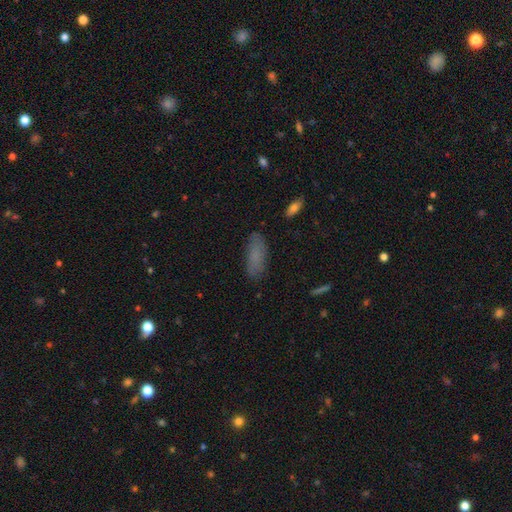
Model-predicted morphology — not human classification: smooth_or_featured: smooth (p=0.78) [alt: featured or disk p=0.12]
how_rounded: in between (p=0.72) [alt: cigar-shaped p=0.25]
merging: none (p=0.82) [alt: minor disturbance p=0.13]